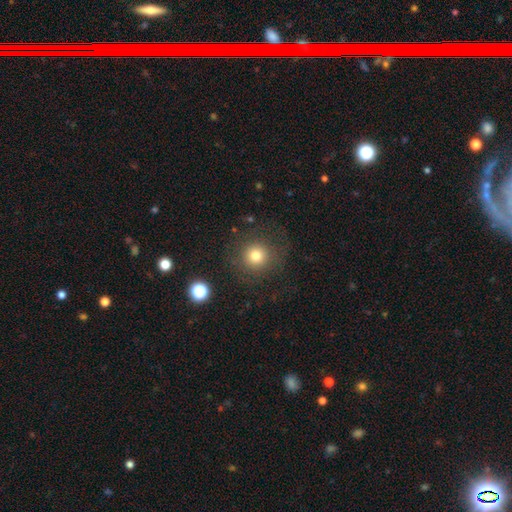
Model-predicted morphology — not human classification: Overall: smooth (77%). How rounded: round (94%). Merging: none (83%).